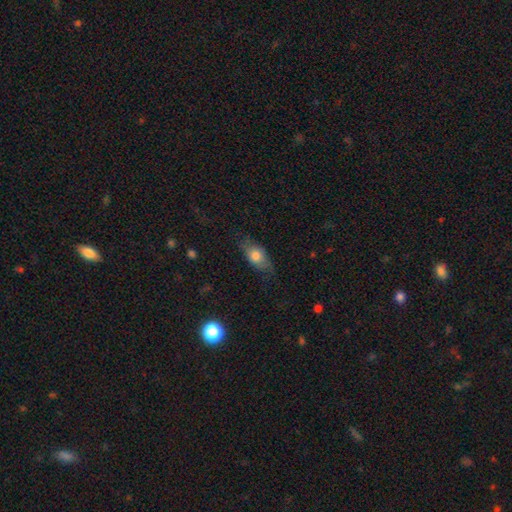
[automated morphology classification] smooth_or_featured: smooth (p=0.72) [alt: featured or disk p=0.20]
how_rounded: in between (p=0.81) [alt: cigar-shaped p=0.10]
merging: none (p=0.71) [alt: minor disturbance p=0.21]